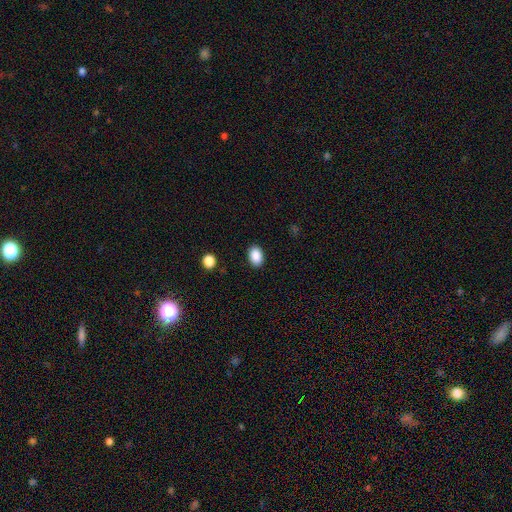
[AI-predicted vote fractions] A smooth galaxy with no disk features (89%) that is in between round and cigar-shaped (82%).

Vote fractions:
- Smooth or featured? smooth: 89% / star or artifact: 8% / featured or disk: 3%
- How rounded? in between: 82% / round: 17% / cigar-shaped: 1%
- Merging? none: 89% / minor disturbance: 8% / major disturbance: 2% / merger: 1%